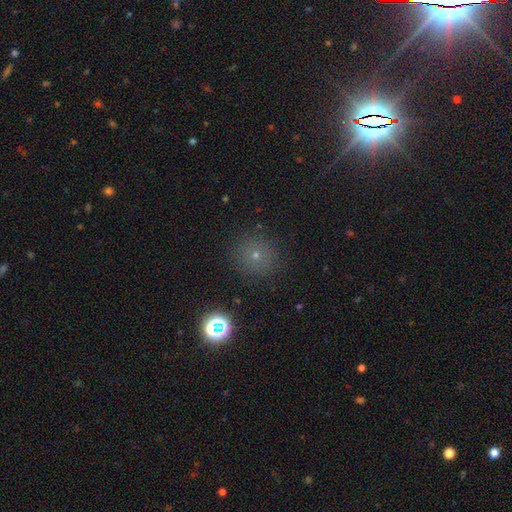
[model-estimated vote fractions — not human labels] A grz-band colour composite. It shows a smooth galaxy with no disk features (62%) that is round (94%). Merging: none (88%).